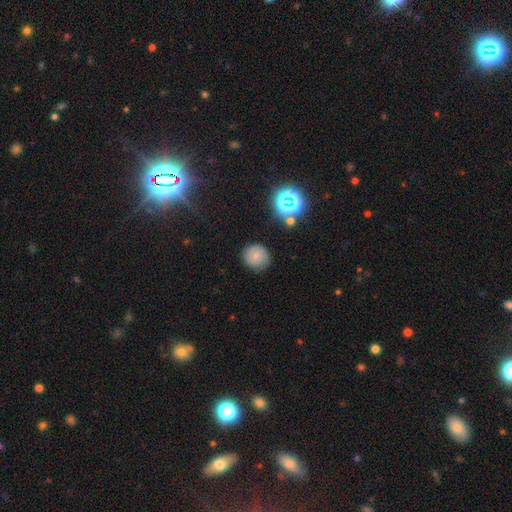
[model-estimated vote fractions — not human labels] This is likely a smooth galaxy (67%). How rounded: clearly round (90%). Merging: clearly none (81%).